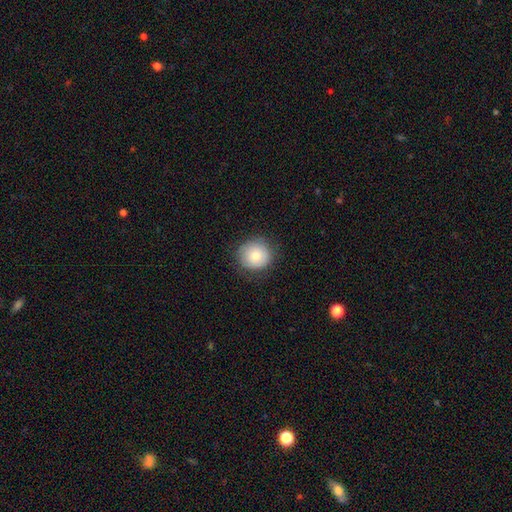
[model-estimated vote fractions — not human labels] The model was most divided on "smooth or featured": smooth: 77%, featured or disk: 15%, star or artifact: 8%. More confident: how rounded — round (91%); merging — none (81%).